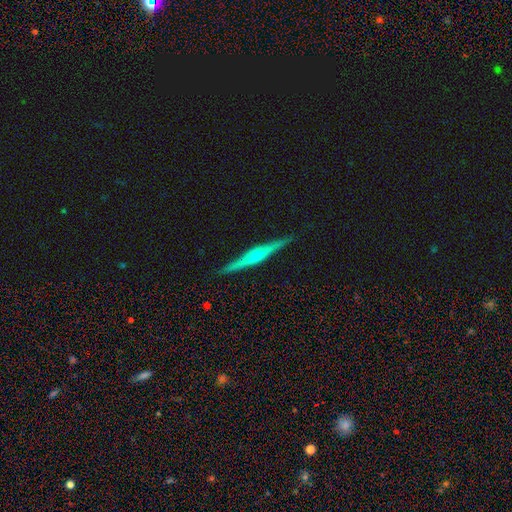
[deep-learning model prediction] Smooth or featured? featured or disk (76%)
Edge-on disk? yes (98%)
Edge-on bulge? rounded (79%)
Merging? none (91%)